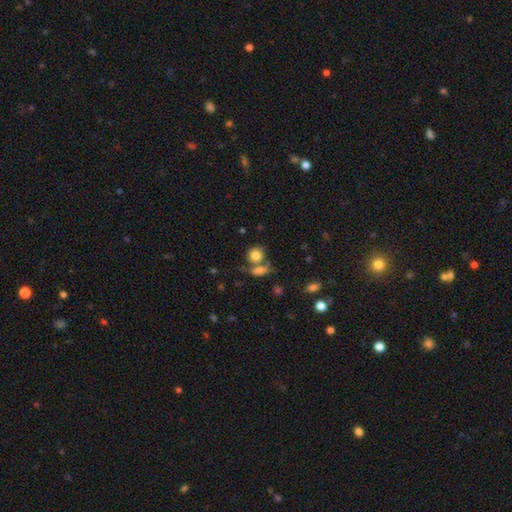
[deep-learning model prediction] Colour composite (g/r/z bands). It shows a smooth galaxy with no disk features (80%) that is round (73%). Merging: none (47%).